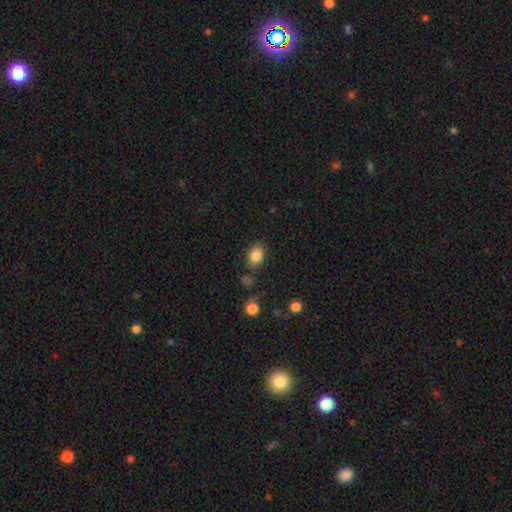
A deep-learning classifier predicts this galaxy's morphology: A smooth galaxy with no disk features (85%) that is in between round and cigar-shaped (71%).

Vote fractions:
- Smooth or featured? smooth: 85% / star or artifact: 9% / featured or disk: 6%
- How rounded? in between: 71% / round: 28% / cigar-shaped: 1%
- Merging? none: 77% / minor disturbance: 13% / merger: 6% / major disturbance: 4%